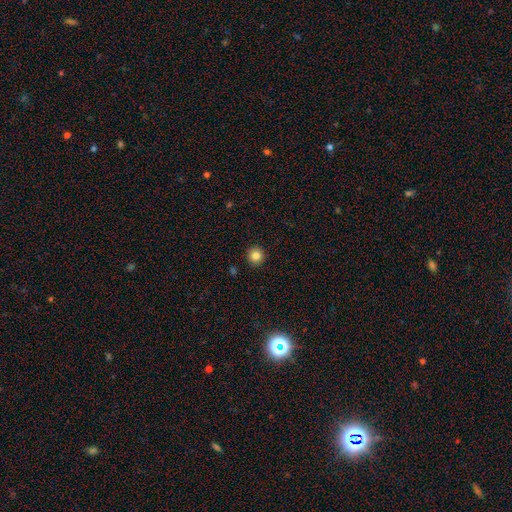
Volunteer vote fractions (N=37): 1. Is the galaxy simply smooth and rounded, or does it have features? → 92% smooth, 5% featured or disk, 3% star or artifact.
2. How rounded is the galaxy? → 91% round, 9% in between, 0% cigar-shaped.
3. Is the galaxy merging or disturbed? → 89% none, 8% minor disturbance, 3% major disturbance, 0% merger.